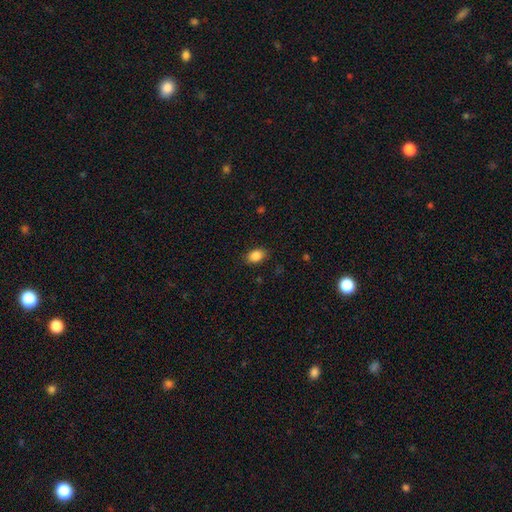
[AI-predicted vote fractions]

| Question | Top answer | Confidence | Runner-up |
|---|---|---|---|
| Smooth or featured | smooth | 87% | star or artifact (9%) |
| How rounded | in between | 82% | round (16%) |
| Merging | none | 86% | minor disturbance (10%) |